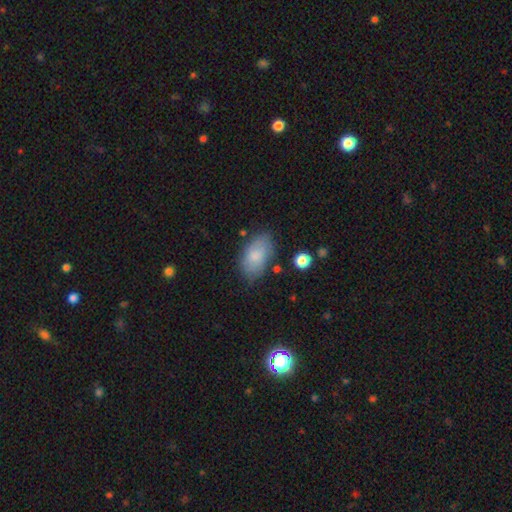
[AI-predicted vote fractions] Smooth or featured: smooth — 77% (featured or disk — 16%)
How rounded: in between — 93% (round — 5%)
Merging: none — 72% (minor disturbance — 20%)